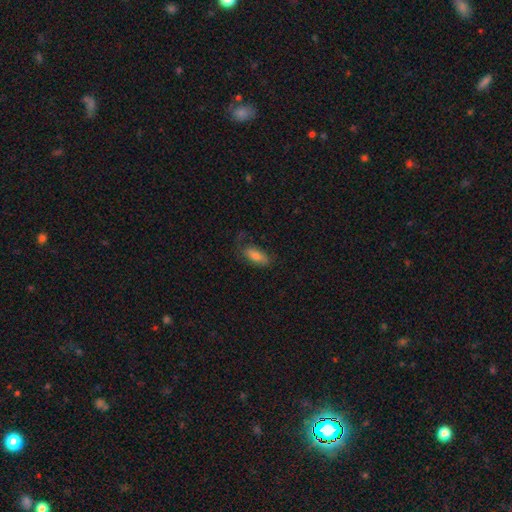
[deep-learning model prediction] Smooth or featured? Predicted: smooth (p=0.74). How rounded? Predicted: in between (p=0.82). Merging? Predicted: none (p=0.60).